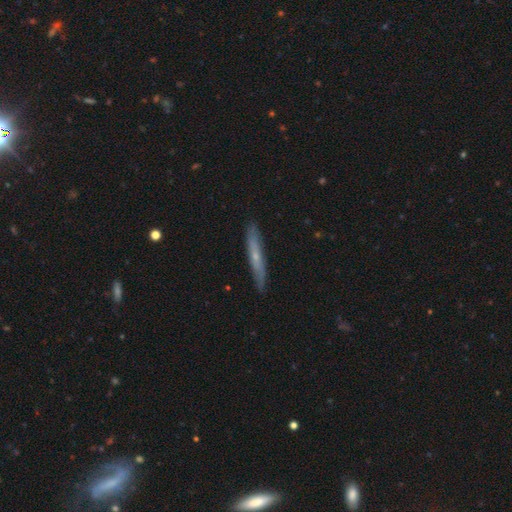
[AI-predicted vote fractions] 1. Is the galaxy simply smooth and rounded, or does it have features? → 49% featured or disk, 45% smooth, 6% star or artifact.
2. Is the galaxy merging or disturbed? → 87% none, 10% minor disturbance, 2% major disturbance, 1% merger.